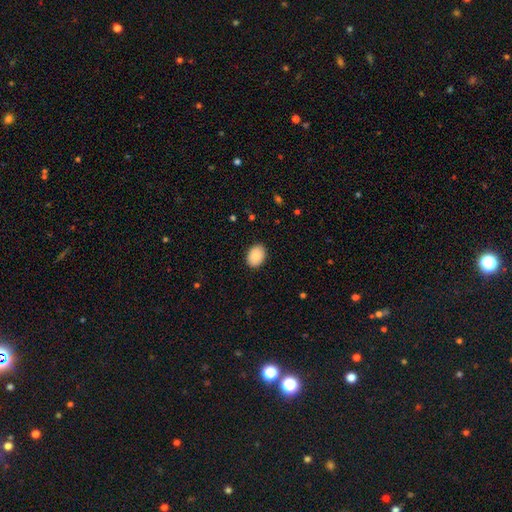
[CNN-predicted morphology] smooth-or-featured: smooth: 87% | star or artifact: 7% | featured or disk: 6%
  how-rounded: in between: 73% | round: 26% | cigar-shaped: 1%
  merging: none: 90% | minor disturbance: 8% | major disturbance: 2% | merger: 1%